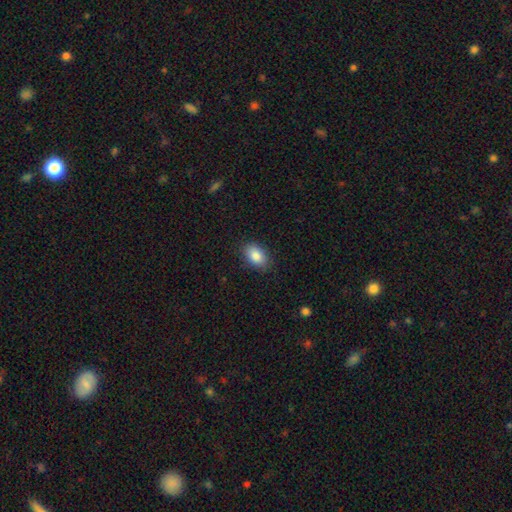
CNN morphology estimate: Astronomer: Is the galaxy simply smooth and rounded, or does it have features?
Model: smooth — 87%.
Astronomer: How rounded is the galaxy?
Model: in between — 88%.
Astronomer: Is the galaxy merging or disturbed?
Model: none — 85%.